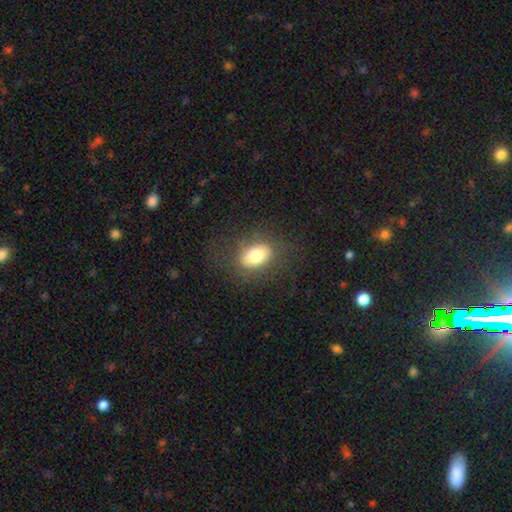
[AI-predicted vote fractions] Smooth or featured: smooth — 74% (featured or disk — 16%)
How rounded: in between — 78% (round — 20%)
Merging: none — 78% (minor disturbance — 13%)